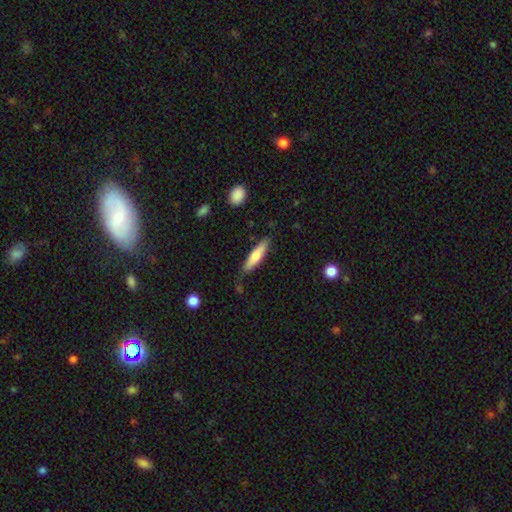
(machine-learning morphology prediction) type=smooth (66%); roundness=cigar-shaped (79%); merging=none (79%).